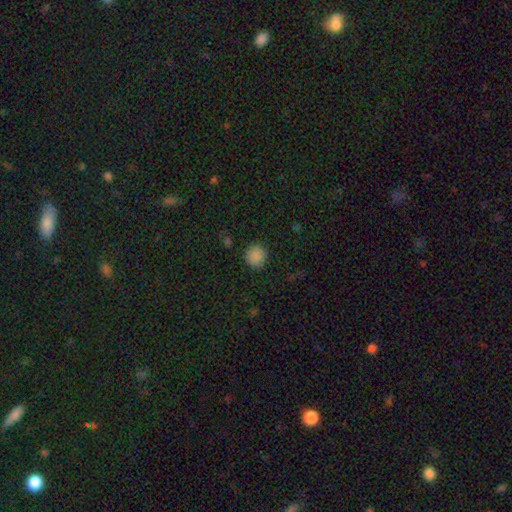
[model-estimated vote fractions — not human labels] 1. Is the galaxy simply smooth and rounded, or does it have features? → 87% smooth, 10% star or artifact, 3% featured or disk.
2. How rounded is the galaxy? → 91% round, 8% in between, 1% cigar-shaped.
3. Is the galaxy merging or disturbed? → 89% none, 7% minor disturbance, 2% major disturbance, 1% merger.